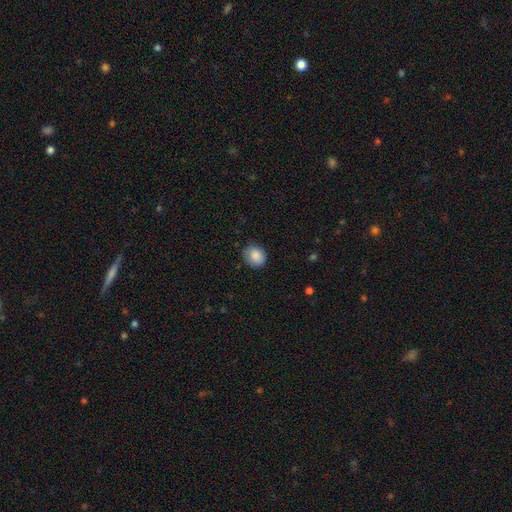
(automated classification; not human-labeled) smooth-or-featured: smooth: 87% | star or artifact: 8% | featured or disk: 5%
  how-rounded: round: 70% | in between: 29% | cigar-shaped: 1%
  merging: none: 81% | minor disturbance: 15% | major disturbance: 3% | merger: 1%